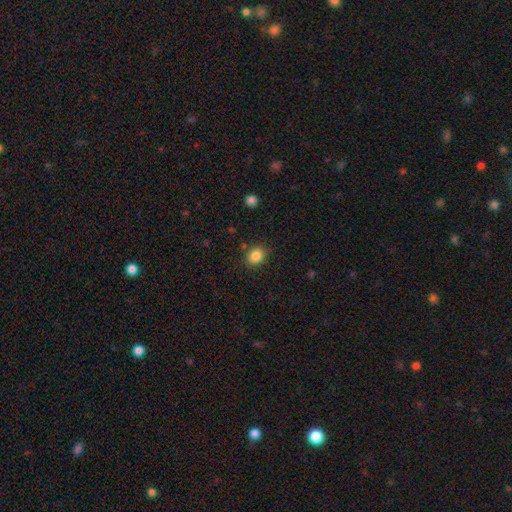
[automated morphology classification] smooth-or-featured: smooth: 85% | star or artifact: 10% | featured or disk: 5%
  how-rounded: round: 64% | in between: 35% | cigar-shaped: 1%
  merging: none: 83% | minor disturbance: 11% | major disturbance: 3% | merger: 3%